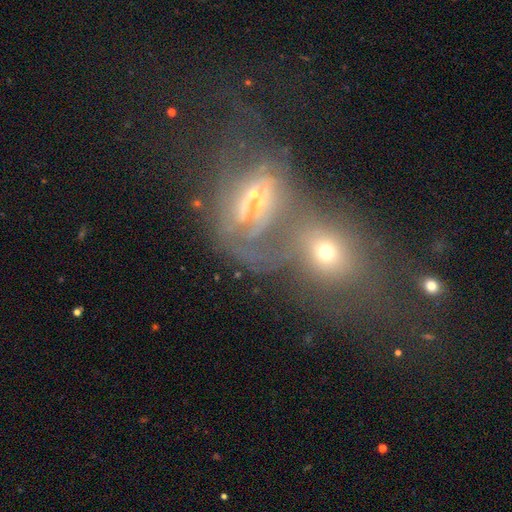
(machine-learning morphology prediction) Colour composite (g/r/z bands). It shows a featured or disk galaxy (49%). Merging: merger (60%).